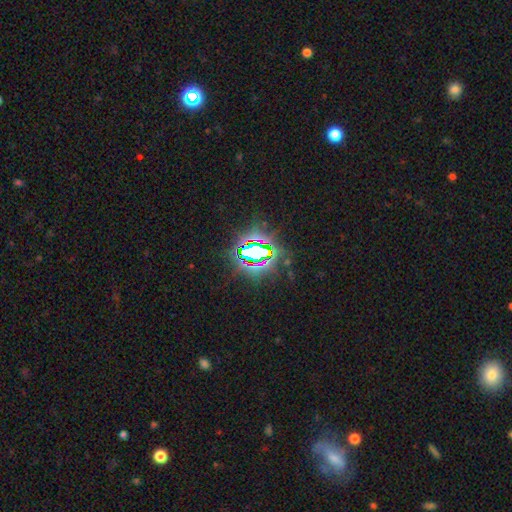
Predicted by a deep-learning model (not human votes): This appears to be a star or artifact, not a galaxy (76%).